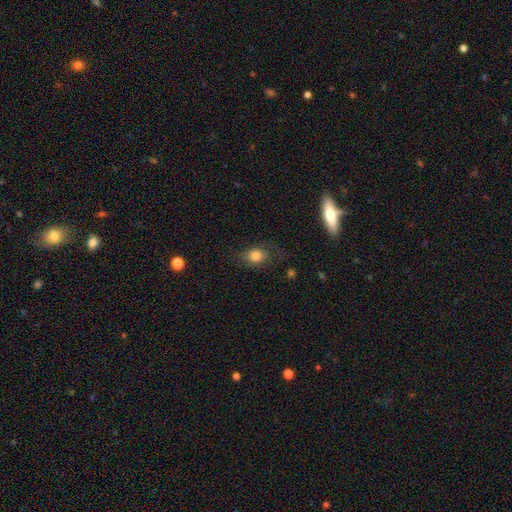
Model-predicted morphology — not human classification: Smooth or featured? Predicted: smooth (p=0.79). How rounded? Predicted: in between (p=0.59). Merging? Predicted: none (p=0.67).